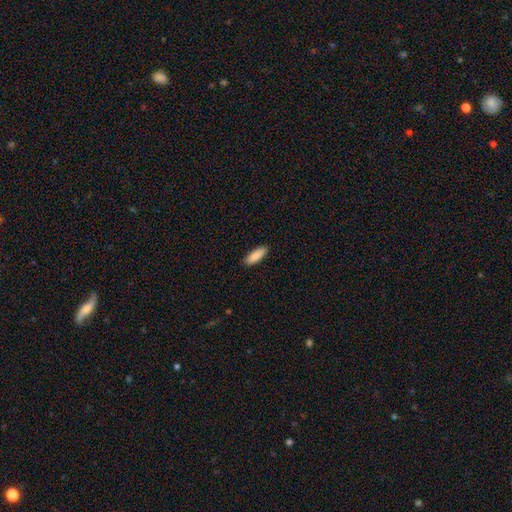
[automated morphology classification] Smooth or featured? Predicted: smooth (p=0.89). How rounded? Predicted: in between (p=0.61). Merging? Predicted: none (p=0.90).